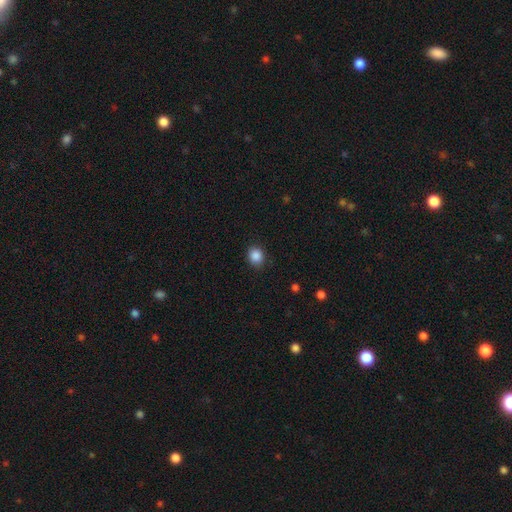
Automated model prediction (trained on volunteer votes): A smooth galaxy with no disk features (87%) that is round (73%). Merging: none (87%).